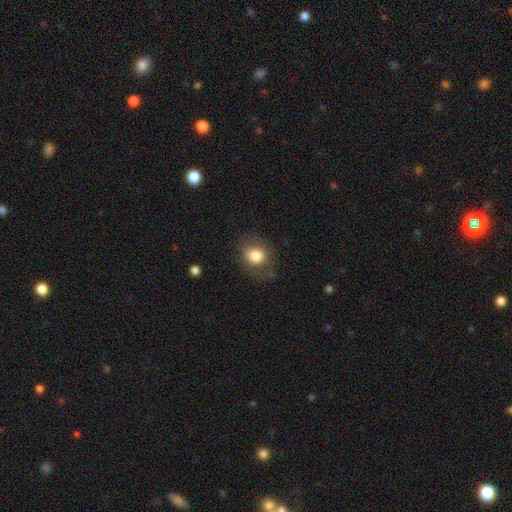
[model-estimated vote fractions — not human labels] This appears to be a smooth galaxy with no disk features (77%) that is round (61%). Merging: none (74%).